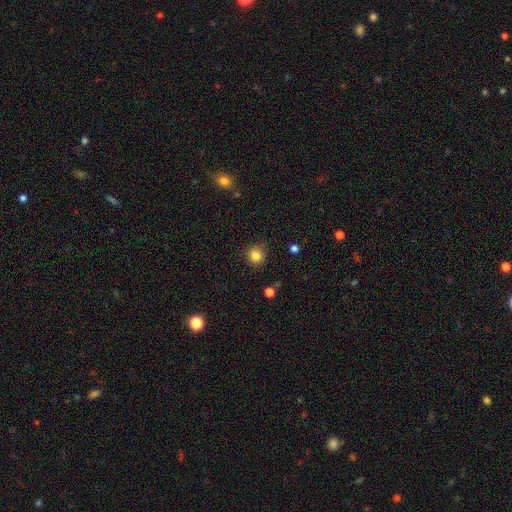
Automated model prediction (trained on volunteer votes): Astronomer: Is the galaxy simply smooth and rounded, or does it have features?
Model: smooth — 85%.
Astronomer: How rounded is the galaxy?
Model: round — 88%.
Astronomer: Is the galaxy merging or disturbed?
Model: none — 84%.